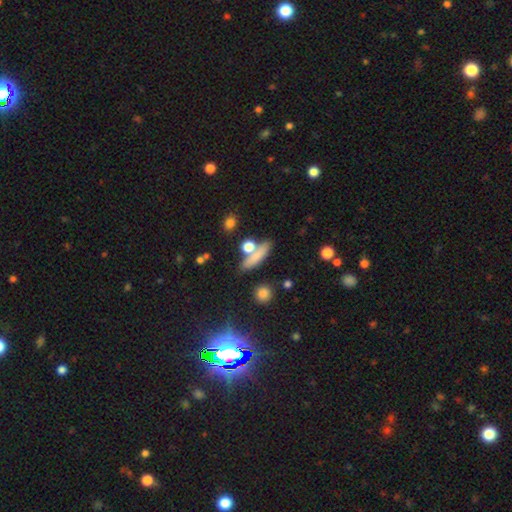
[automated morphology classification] Overall: smooth (73%). How rounded: cigar-shaped (60%; in between 29%). Merging: none (64%).